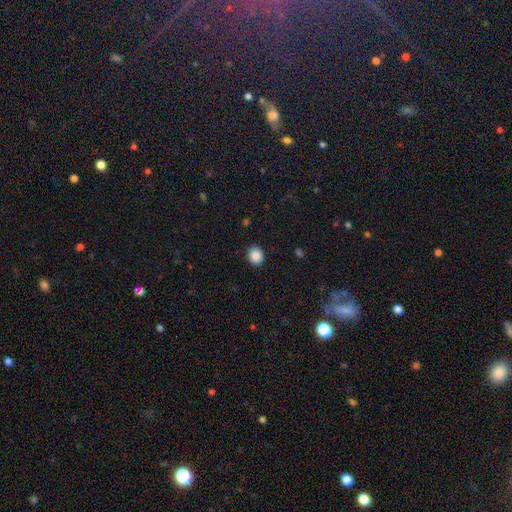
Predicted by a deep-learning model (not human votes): A smooth galaxy with no disk features (88%) that is round (76%). Merging: none (90%).